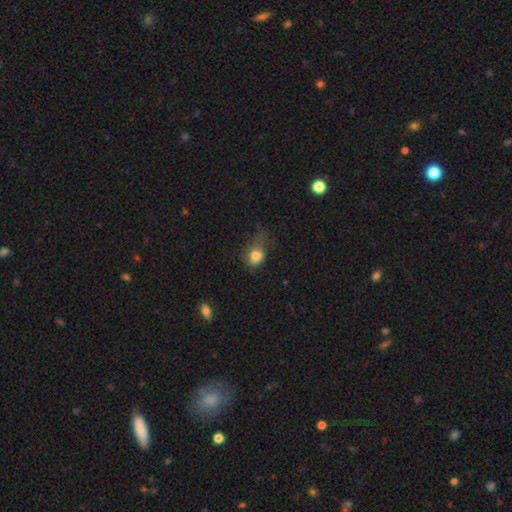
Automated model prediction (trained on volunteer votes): This appears to be a smooth galaxy with no disk features (79%) that is in between round and cigar-shaped (58%). Merging: minor disturbance (34%).